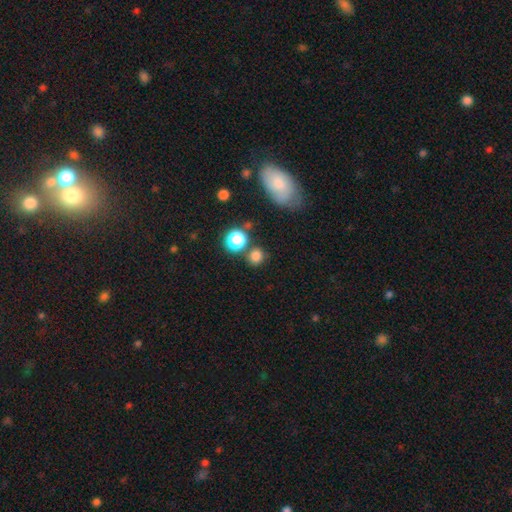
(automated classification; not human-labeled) The model was most divided on "smooth or featured": smooth: 78%, star or artifact: 17%, featured or disk: 5%. More confident: how rounded — round (85%); merging — none (73%).